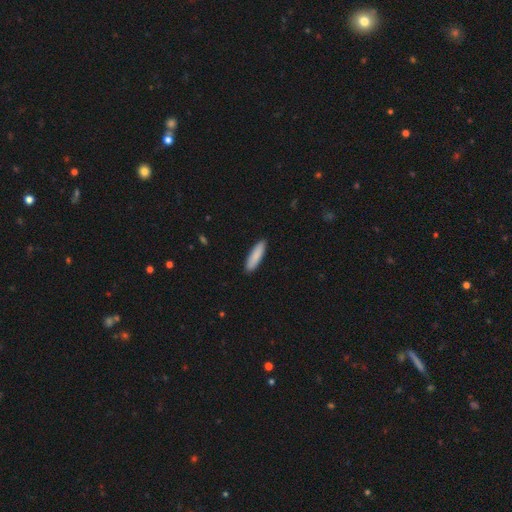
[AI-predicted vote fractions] Overall: smooth (88%). How rounded: cigar-shaped (70%). Merging: none (91%).